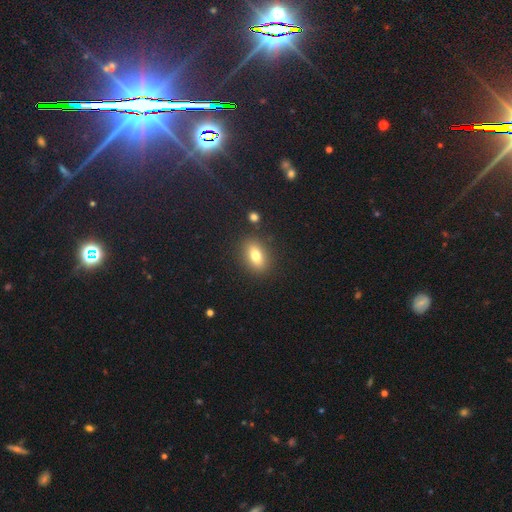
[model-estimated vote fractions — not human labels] A smooth galaxy with no disk features (77%) that is in between round and cigar-shaped (80%). Merging: none (85%).